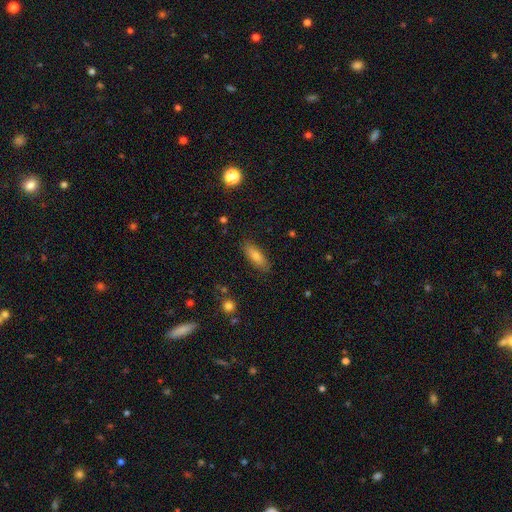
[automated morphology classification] Smooth or featured?
  - smooth: 74% *
  - featured or disk: 18%
  - star or artifact: 8%
How rounded?
  - in between: 63% *
  - cigar-shaped: 35%
  - round: 3%
Merging?
  - none: 85% *
  - minor disturbance: 11%
  - major disturbance: 2%
  - merger: 1%